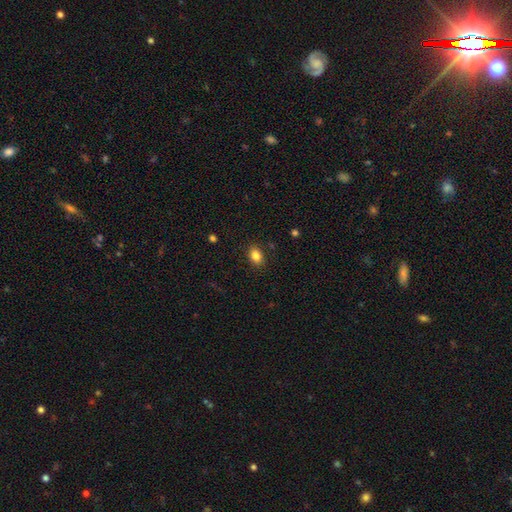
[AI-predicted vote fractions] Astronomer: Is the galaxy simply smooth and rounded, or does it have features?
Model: smooth — 84%.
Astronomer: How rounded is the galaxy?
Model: in between — 78%.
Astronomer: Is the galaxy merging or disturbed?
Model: none — 87%.